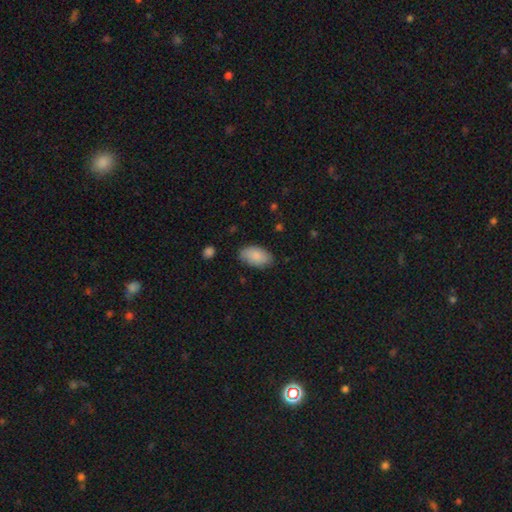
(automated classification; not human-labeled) This is clearly a smooth galaxy (86%). How rounded: clearly in between (94%). Merging: likely none (79%).